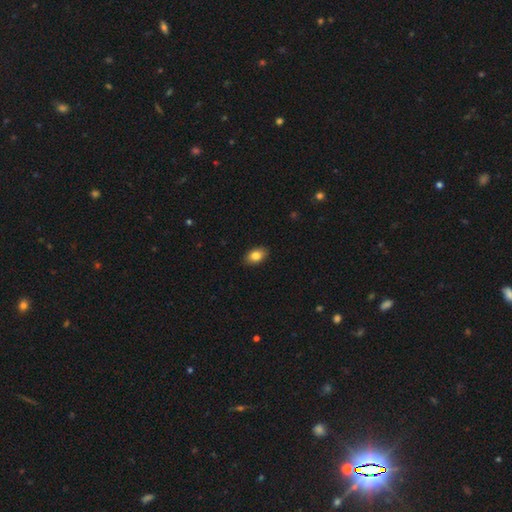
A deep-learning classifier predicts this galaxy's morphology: Overall: smooth (83%). How rounded: in between (88%). Merging: none (89%).